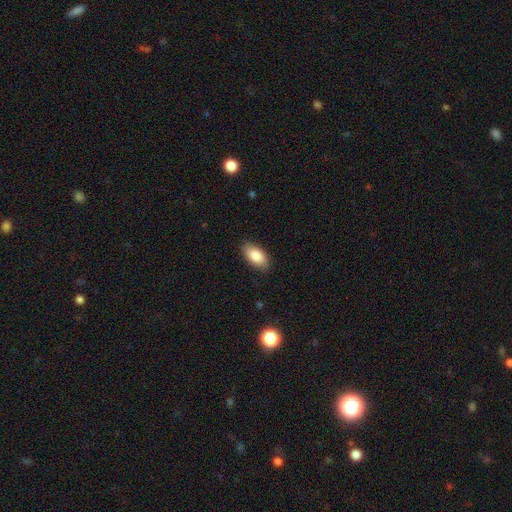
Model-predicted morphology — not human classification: type=smooth (87%); roundness=in between (93%); merging=none (86%).